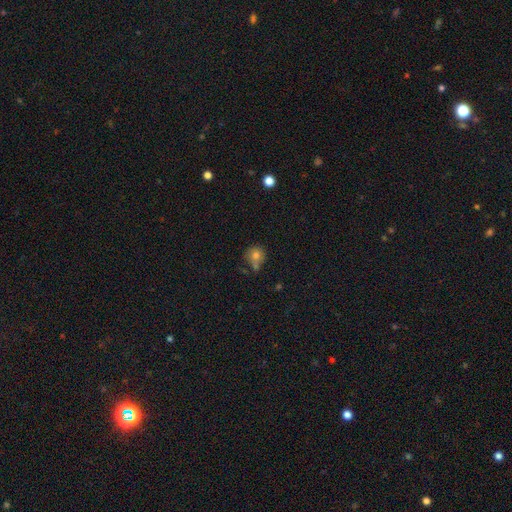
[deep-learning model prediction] Smooth or featured: smooth — 75% (star or artifact — 13%)
How rounded: round — 86% (in between — 12%)
Merging: none — 60% (minor disturbance — 17%)